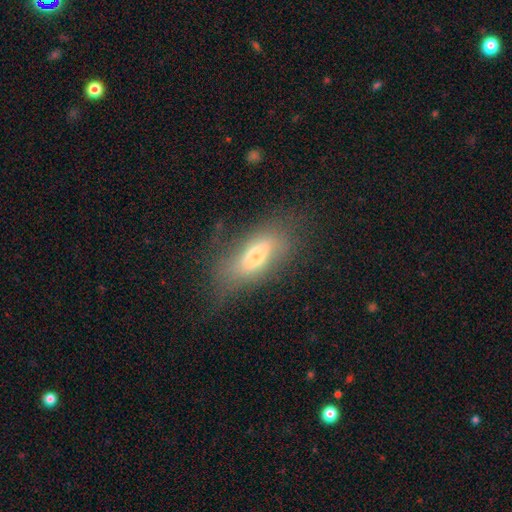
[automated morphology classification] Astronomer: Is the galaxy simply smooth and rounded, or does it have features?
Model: smooth — 55% (runner-up: featured or disk, 35%).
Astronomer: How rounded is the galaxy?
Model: in between — 70%.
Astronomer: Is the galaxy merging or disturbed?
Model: none — 57%.